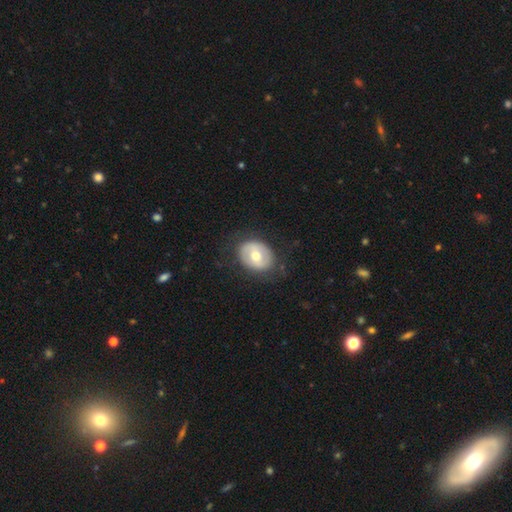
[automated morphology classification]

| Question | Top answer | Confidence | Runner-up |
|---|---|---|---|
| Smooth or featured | smooth | 49% | featured or disk (45%) |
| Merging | none | 77% | minor disturbance (15%) |